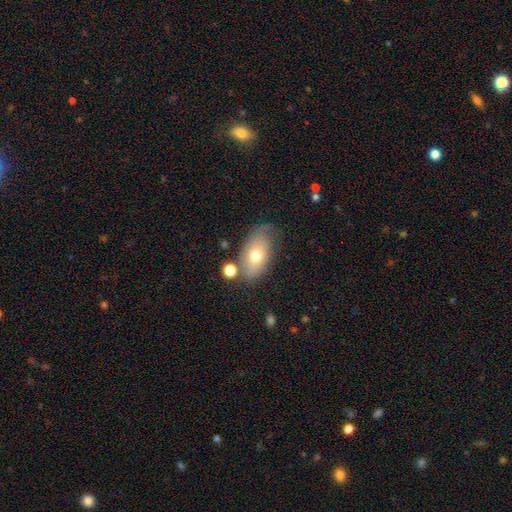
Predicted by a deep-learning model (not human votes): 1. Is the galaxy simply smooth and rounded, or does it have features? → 64% smooth, 27% featured or disk, 9% star or artifact.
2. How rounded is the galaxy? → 90% in between, 7% round, 3% cigar-shaped.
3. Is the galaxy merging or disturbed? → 60% none, 22% minor disturbance, 9% merger, 8% major disturbance.